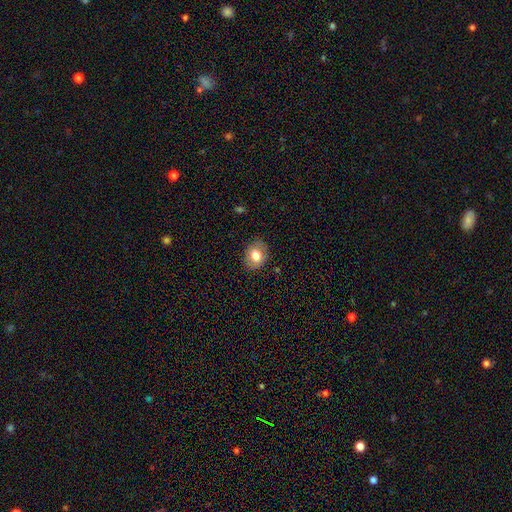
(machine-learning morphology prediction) smooth 78%, featured or disk 14%, star or artifact 9%. Down the decision tree: how rounded — in between (53%); merging — none (84%).